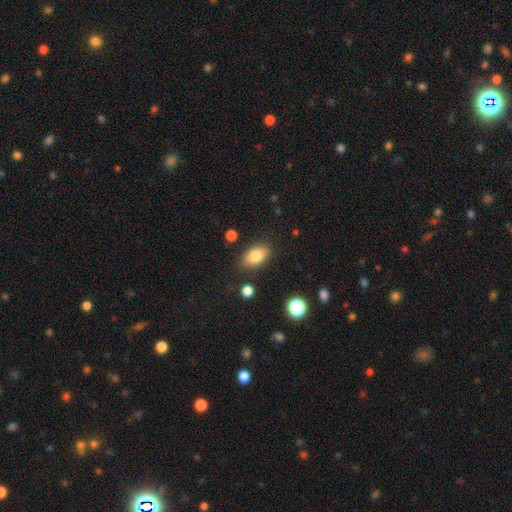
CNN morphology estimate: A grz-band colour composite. It shows a smooth galaxy with no disk features (82%) that is in between round and cigar-shaped (89%). Merging: none (83%).